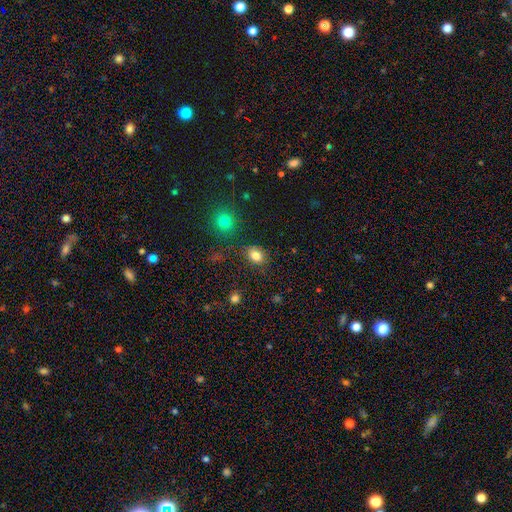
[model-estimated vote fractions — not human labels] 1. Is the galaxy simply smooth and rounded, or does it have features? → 81% smooth, 12% star or artifact, 7% featured or disk.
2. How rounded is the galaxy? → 50% in between, 49% round, 1% cigar-shaped.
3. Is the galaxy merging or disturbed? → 82% none, 11% minor disturbance, 3% merger, 3% major disturbance.